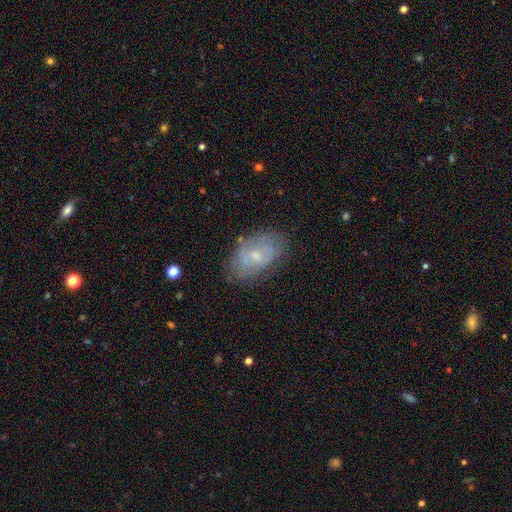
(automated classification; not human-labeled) A featured or disk galaxy (50%). Merging: none (69%).